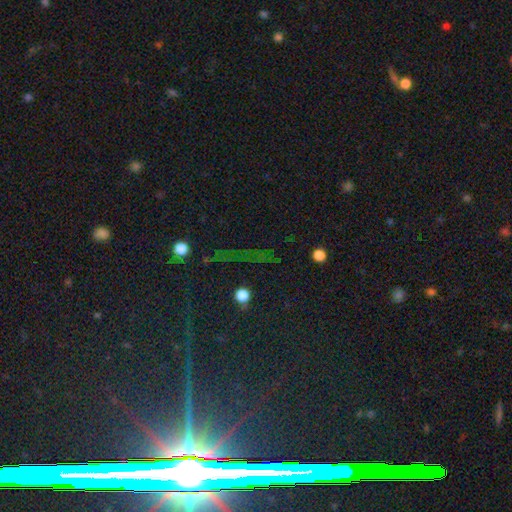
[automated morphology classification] star or artifact 75%, smooth 12%, featured or disk 12%.